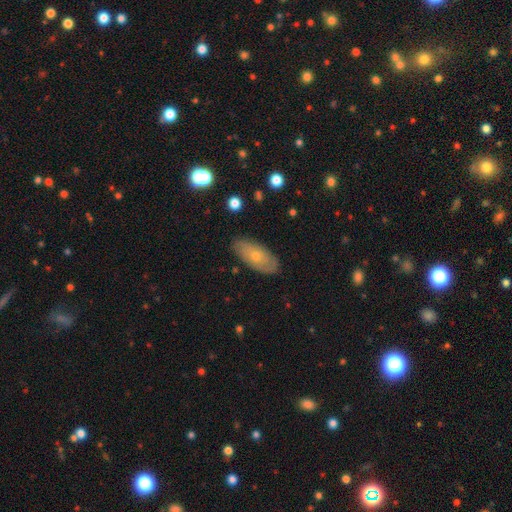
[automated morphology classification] Smooth or featured: smooth — 52% (featured or disk — 40%)
How rounded: in between — 86% (cigar-shaped — 10%)
Merging: none — 84% (minor disturbance — 12%)